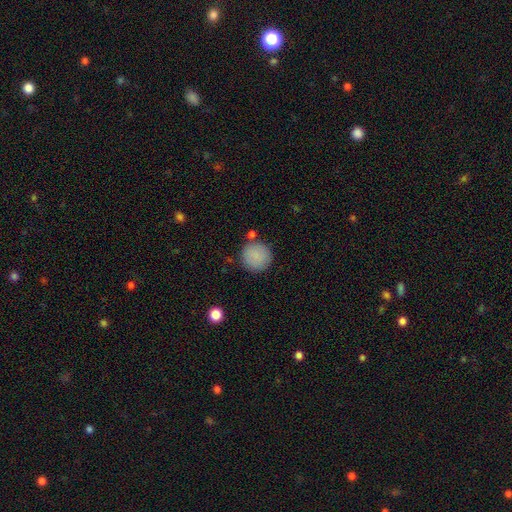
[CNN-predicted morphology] type=smooth (87%); roundness=round (95%); merging=none (84%).